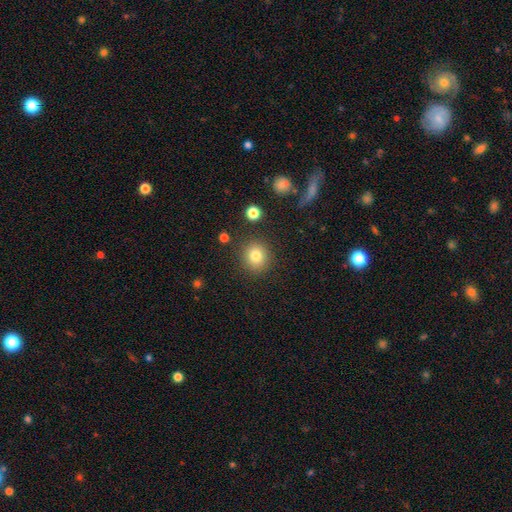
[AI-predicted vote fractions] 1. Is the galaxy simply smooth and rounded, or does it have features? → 82% smooth, 11% star or artifact, 7% featured or disk.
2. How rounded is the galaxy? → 87% round, 12% in between, 1% cigar-shaped.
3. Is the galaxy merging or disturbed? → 88% none, 7% minor disturbance, 3% major disturbance, 2% merger.